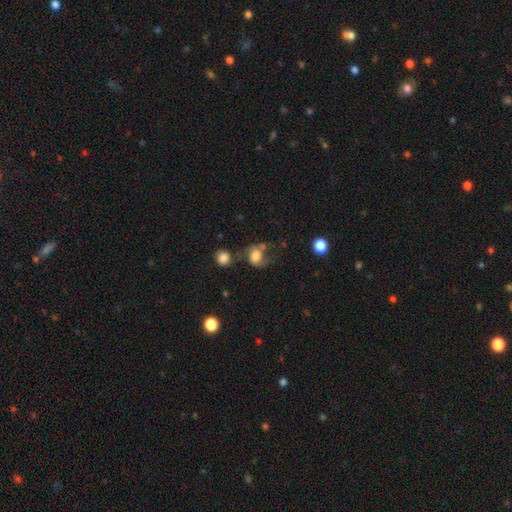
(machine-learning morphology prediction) A smooth galaxy with no disk features (58%) that is in between round and cigar-shaped (50%). Merging: none (37%).